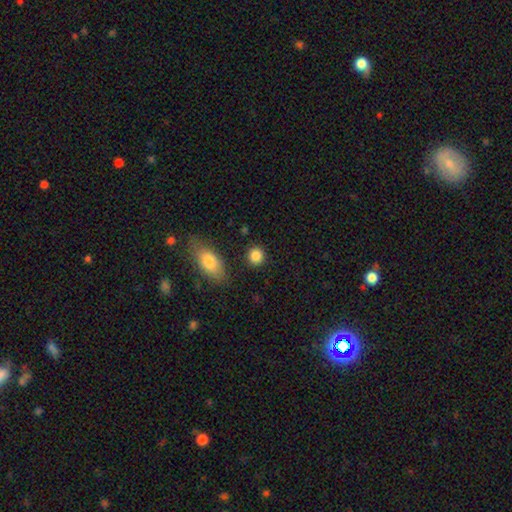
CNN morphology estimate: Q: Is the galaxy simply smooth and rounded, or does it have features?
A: smooth — 86%.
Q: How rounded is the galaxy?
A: round — 84%.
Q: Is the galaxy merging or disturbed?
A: none — 86%.